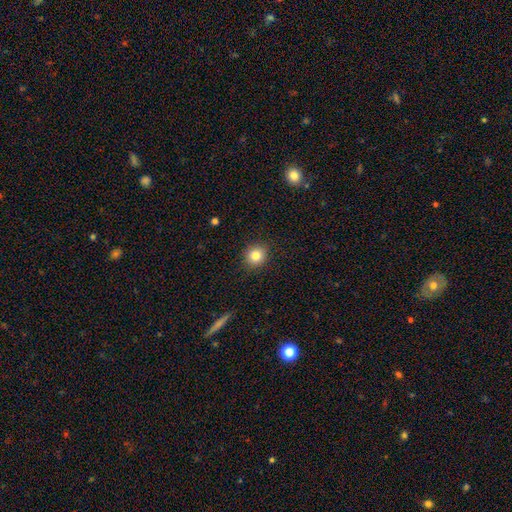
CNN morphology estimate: Q: Smooth or featured?
A: smooth (82%); runner-up: star or artifact (11%)
Q: How rounded?
A: round (84%); runner-up: in between (15%)
Q: Merging?
A: none (90%); runner-up: minor disturbance (7%)